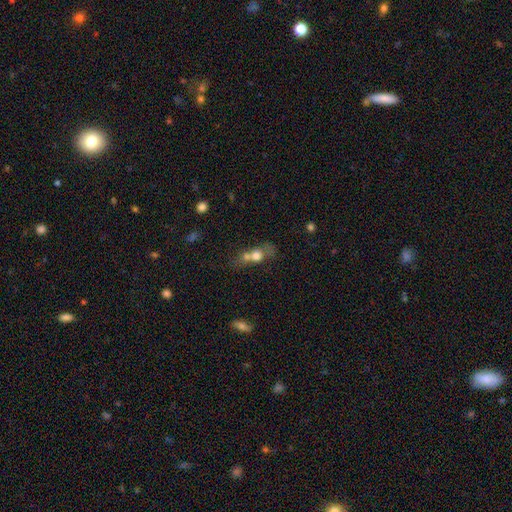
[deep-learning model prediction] smooth_or_featured: smooth (p=0.65) [alt: featured or disk p=0.23]
how_rounded: round (p=0.55) [alt: in between p=0.38]
merging: merger (p=0.66) [alt: none p=0.19]